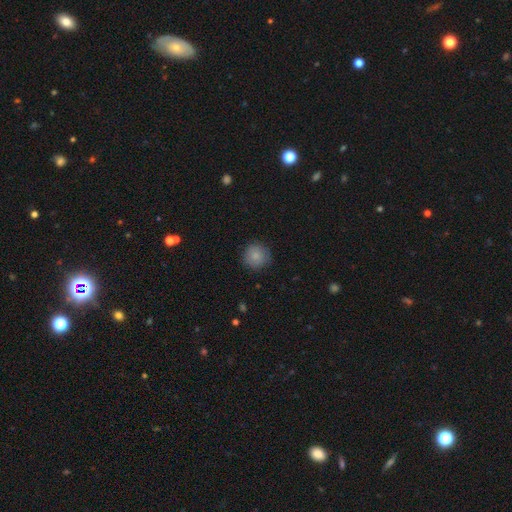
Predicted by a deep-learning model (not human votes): Overall: smooth (83%). How rounded: round (94%). Merging: none (85%).